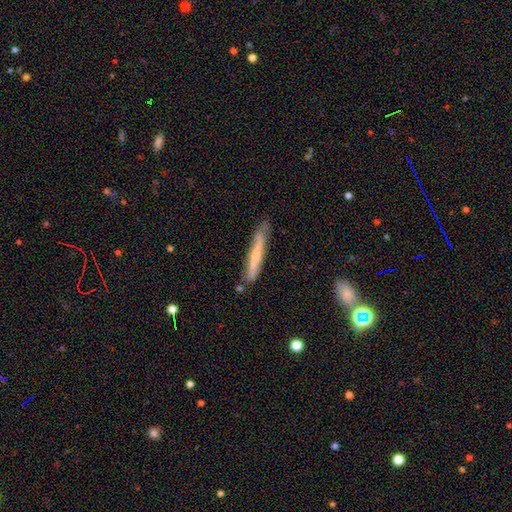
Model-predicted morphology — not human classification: This appears to be a featured or disk galaxy (57%) viewed edge-on (85%). Merging: none (73%).